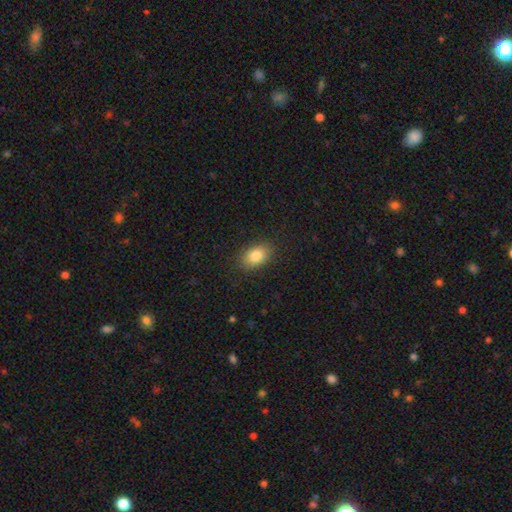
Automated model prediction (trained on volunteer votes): A smooth galaxy with no disk features (85%) that is in between round and cigar-shaped (85%).

Vote fractions:
- Smooth or featured? smooth: 85% / star or artifact: 8% / featured or disk: 7%
- How rounded? in between: 85% / round: 13% / cigar-shaped: 1%
- Merging? none: 86% / minor disturbance: 10% / major disturbance: 3% / merger: 1%